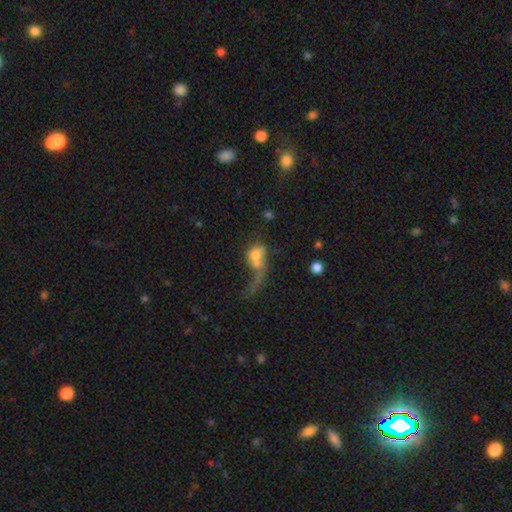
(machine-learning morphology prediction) This appears to be a smooth galaxy with no disk features (58%) that is in between round and cigar-shaped (58%). Merging: major disturbance (46%).